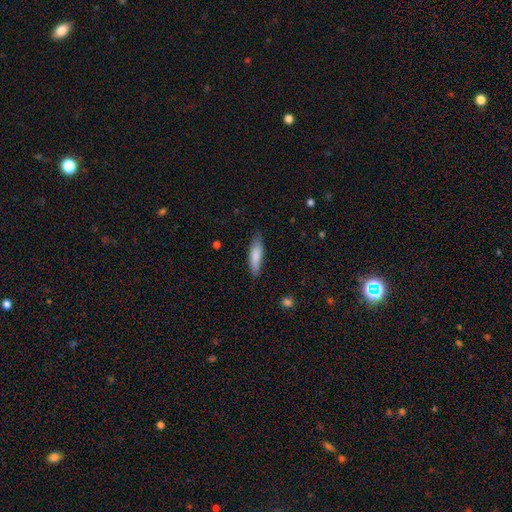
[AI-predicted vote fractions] smooth 83%, featured or disk 12%, star or artifact 5%. Down the decision tree: how rounded — cigar-shaped (64%); merging — none (81%).